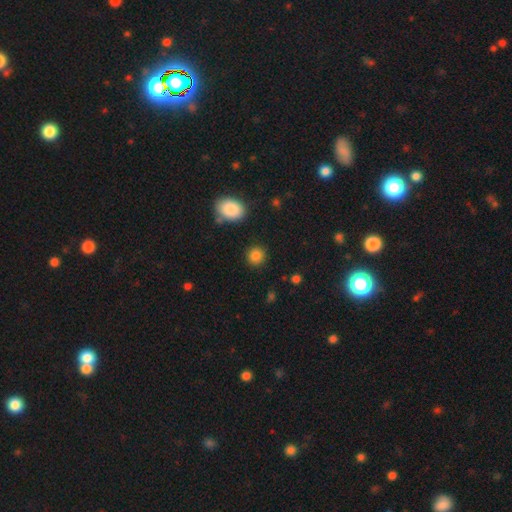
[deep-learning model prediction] Q: Smooth or featured?
A: smooth (86%); runner-up: star or artifact (10%)
Q: How rounded?
A: round (88%); runner-up: in between (11%)
Q: Merging?
A: none (88%); runner-up: minor disturbance (7%)